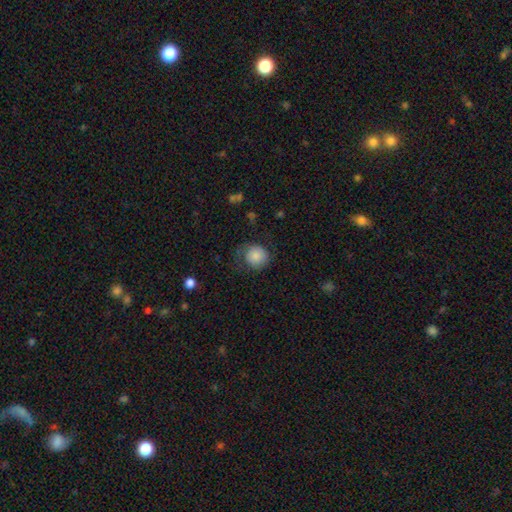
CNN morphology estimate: type=smooth (81%); roundness=round (83%); merging=none (54%).